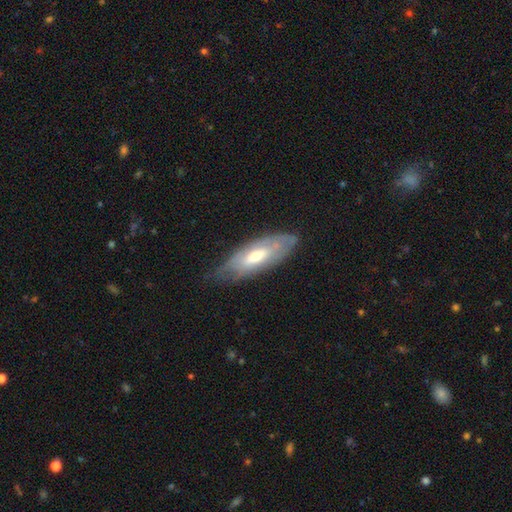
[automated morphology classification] smooth-or-featured: featured or disk: 58% | smooth: 36% | star or artifact: 7%
  disk-edge-on: no: 71% | yes: 29%
  merging: none: 70% | minor disturbance: 23% | major disturbance: 5% | merger: 1%